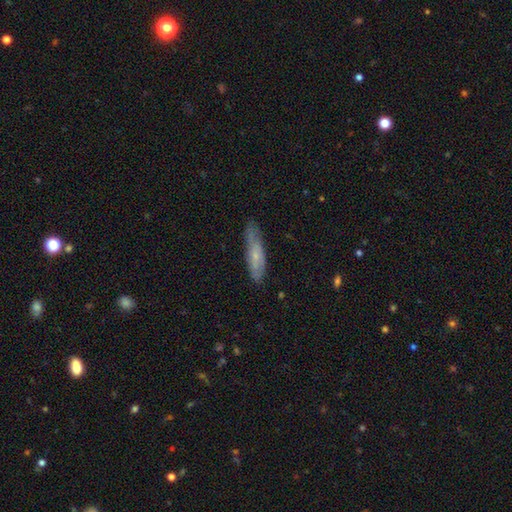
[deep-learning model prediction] Morphology: type=smooth (51%); roundness=cigar-shaped (70%); merging=none (69%).